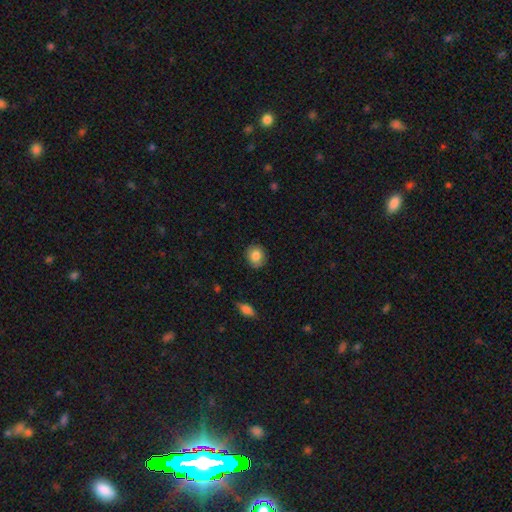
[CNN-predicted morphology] Smooth or featured: smooth — 83% (featured or disk — 9%)
How rounded: round — 72% (in between — 27%)
Merging: none — 84% (minor disturbance — 12%)